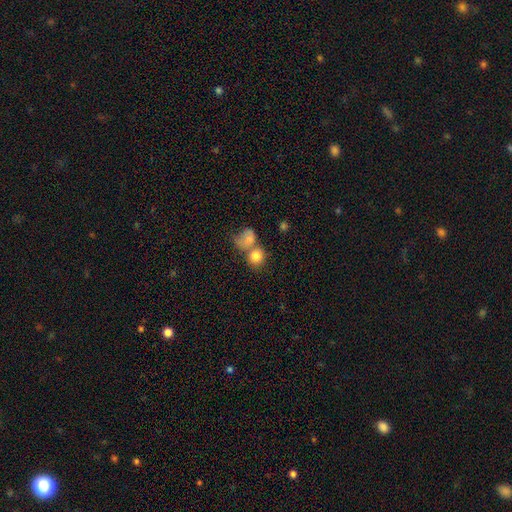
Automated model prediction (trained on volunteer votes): Q: Smooth or featured?
A: smooth (80%); runner-up: featured or disk (10%)
Q: How rounded?
A: round (79%); runner-up: in between (20%)
Q: Merging?
A: merger (48%); runner-up: none (39%)